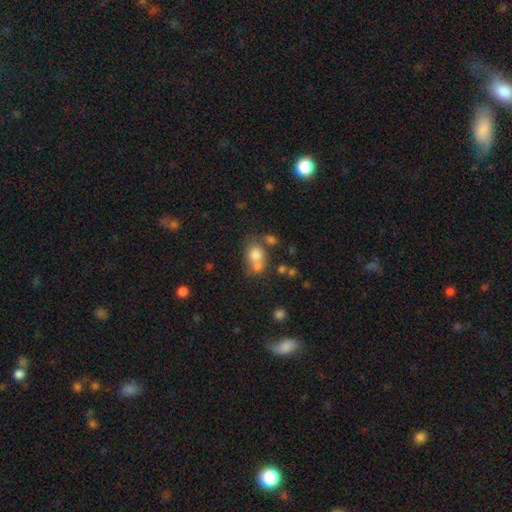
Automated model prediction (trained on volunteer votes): Smooth or featured? smooth (74%)
How rounded? round (60%)
Merging? merger (47%)